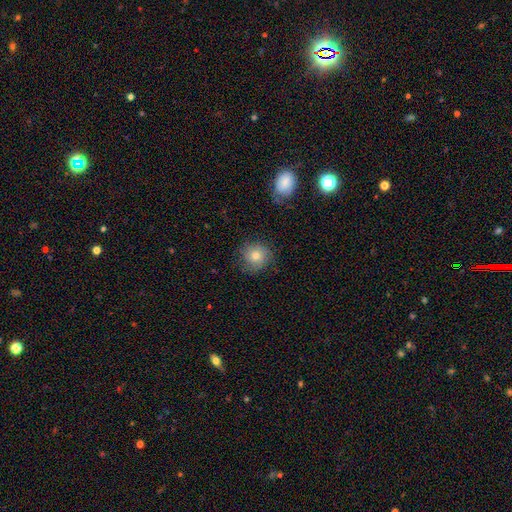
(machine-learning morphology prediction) This is likely a smooth galaxy (71%). How rounded: clearly round (89%). Merging: likely none (75%).